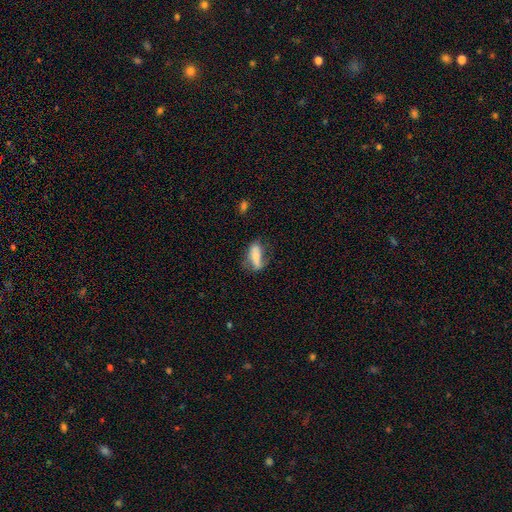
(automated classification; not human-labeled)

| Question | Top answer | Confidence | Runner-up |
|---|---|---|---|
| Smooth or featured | smooth | 55% | featured or disk (38%) |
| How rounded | in between | 70% | cigar-shaped (26%) |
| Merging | none | 50% | minor disturbance (29%) |